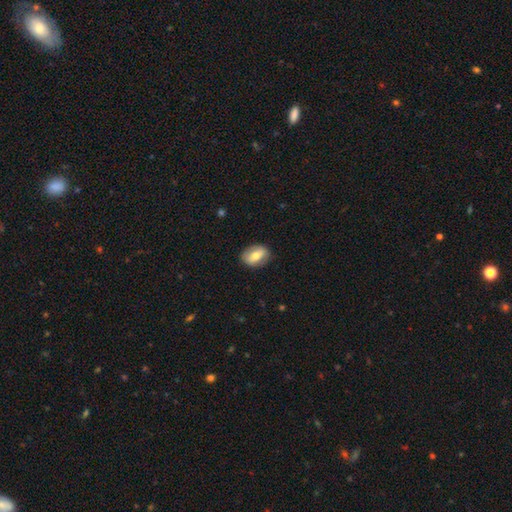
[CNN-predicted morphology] Overall: smooth (64%; featured or disk 29%). How rounded: in between (76%). Merging: none (84%).